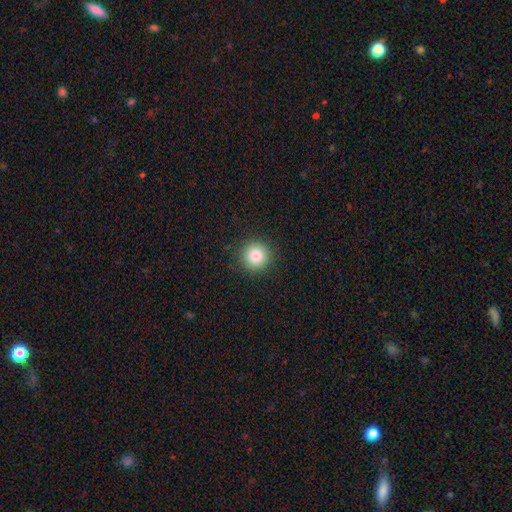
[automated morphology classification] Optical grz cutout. It shows a smooth galaxy with no disk features (84%) that is round (95%). Merging: none (91%).